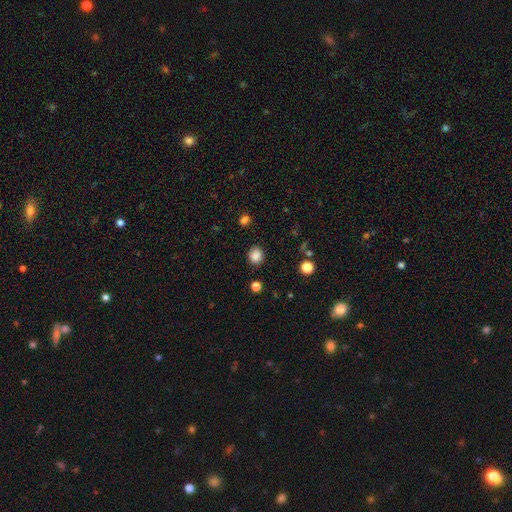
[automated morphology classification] Overall: smooth (85%). How rounded: round (71%). Merging: none (86%).